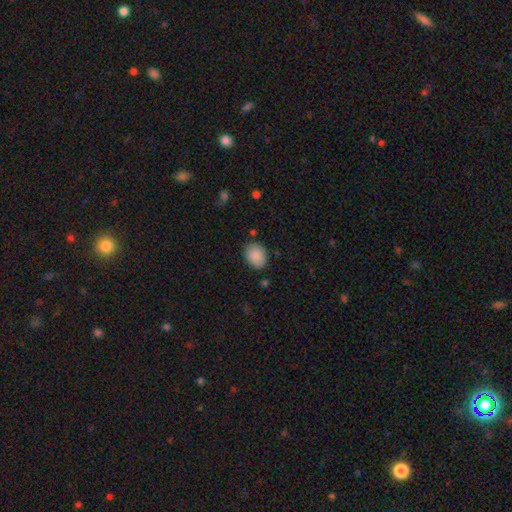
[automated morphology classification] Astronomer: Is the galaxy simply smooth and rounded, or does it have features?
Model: smooth — 89%.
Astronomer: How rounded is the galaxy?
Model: in between — 60% (runner-up: round, 39%).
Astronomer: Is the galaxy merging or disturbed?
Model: none — 80%.